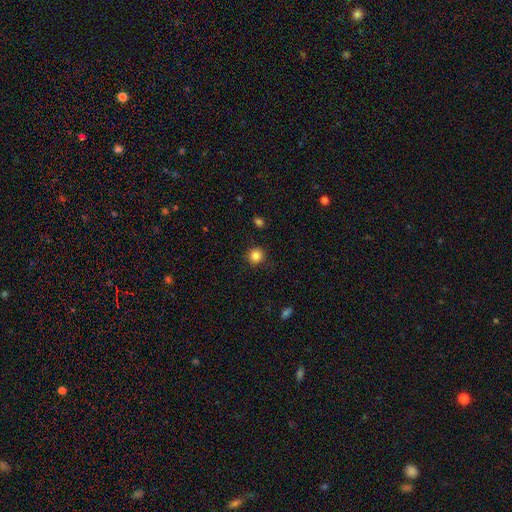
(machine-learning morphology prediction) A smooth galaxy with no disk features (84%) that is round (92%). Merging: none (90%).